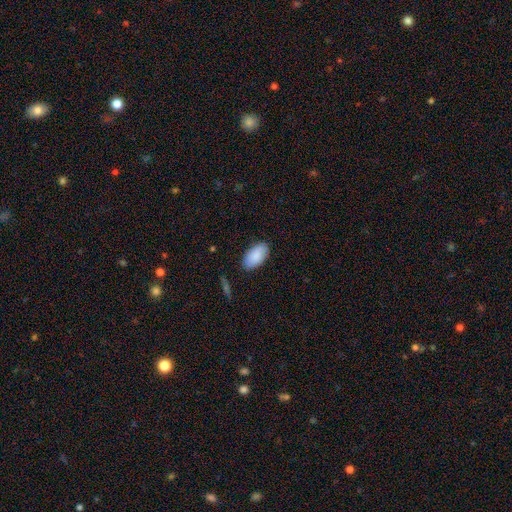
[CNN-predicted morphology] type=smooth (89%); roundness=in between (95%); merging=none (86%).